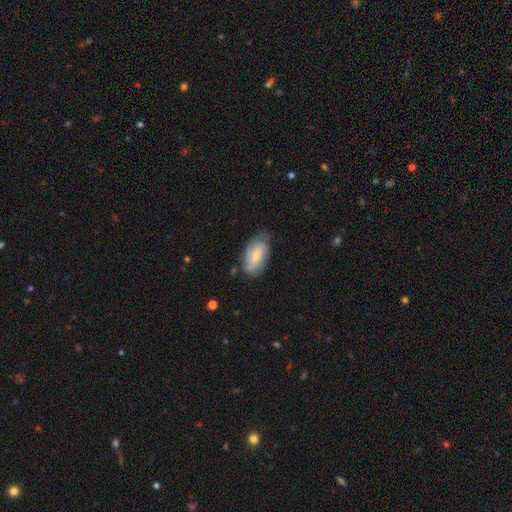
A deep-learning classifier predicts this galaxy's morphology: Overall: featured or disk (59%; smooth 34%). Edge-on disk: no (94%). Bar: no (42%; weak 40%). Spiral arms: yes (87%). Bulge size: small (64%; moderate 30%). Merging: none (68%).